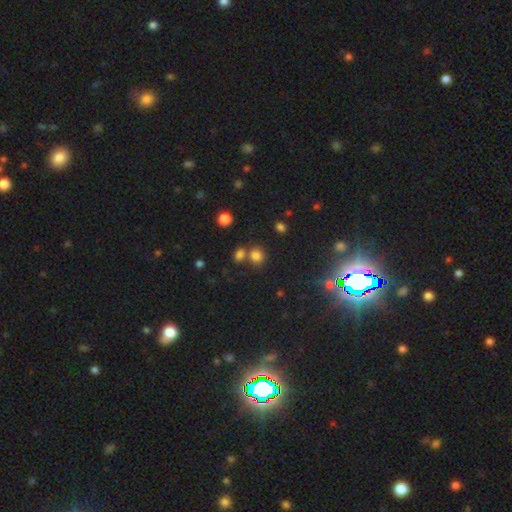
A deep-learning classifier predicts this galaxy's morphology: Smooth or featured: smooth — 76% (star or artifact — 18%)
How rounded: round — 76% (in between — 23%)
Merging: none — 60% (merger — 27%)